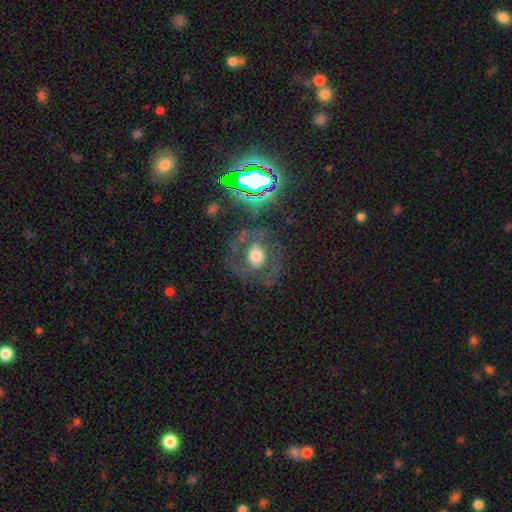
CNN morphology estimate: A featured or disk galaxy (48%).

Vote fractions:
- Smooth or featured? featured or disk: 48% / smooth: 39% / star or artifact: 13%
- Merging? none: 71% / minor disturbance: 13% / major disturbance: 13% / merger: 3%